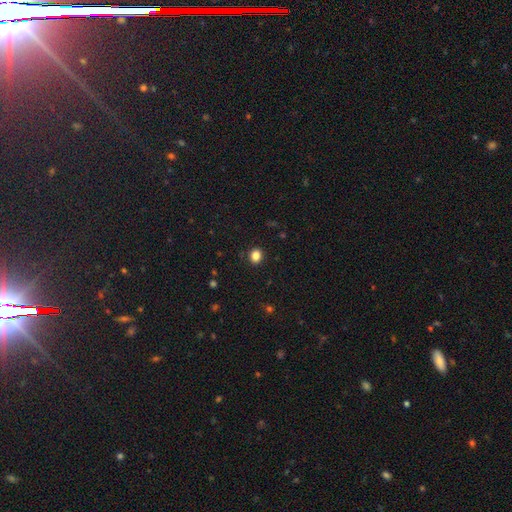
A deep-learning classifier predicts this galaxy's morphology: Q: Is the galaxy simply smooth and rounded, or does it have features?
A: smooth — 85%.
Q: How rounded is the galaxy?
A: round — 63%.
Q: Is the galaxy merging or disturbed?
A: none — 90%.